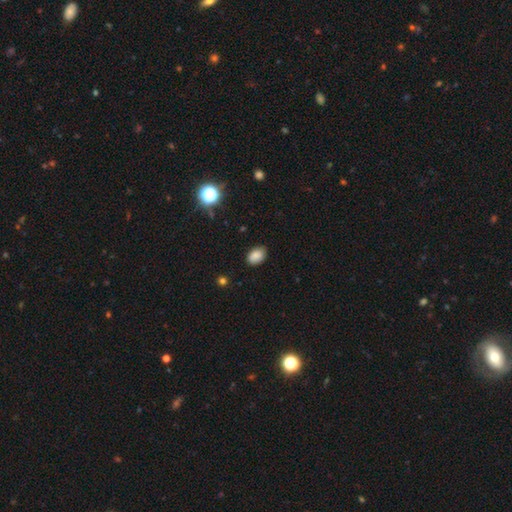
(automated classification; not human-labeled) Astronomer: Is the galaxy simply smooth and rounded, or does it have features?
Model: smooth — 85%.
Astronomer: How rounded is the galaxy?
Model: in between — 83%.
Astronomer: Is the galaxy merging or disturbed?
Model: none — 84%.